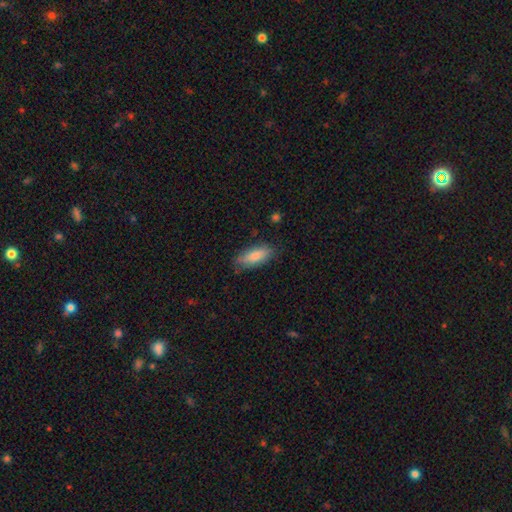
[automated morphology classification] Overall: smooth (84%). How rounded: in between (77%). Merging: none (78%).